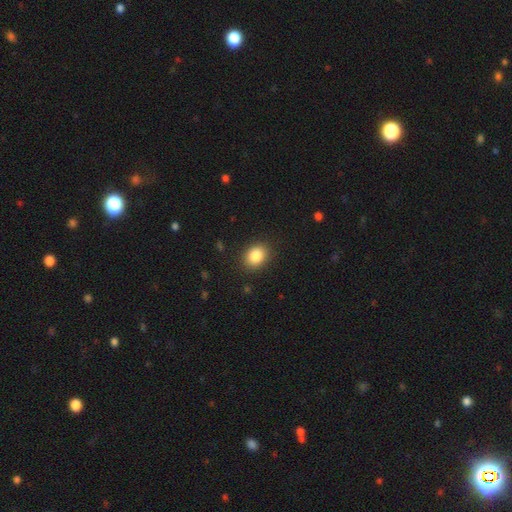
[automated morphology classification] Smooth or featured? Predicted: smooth (p=0.85). How rounded? Predicted: in between (p=0.52). Merging? Predicted: none (p=0.88).